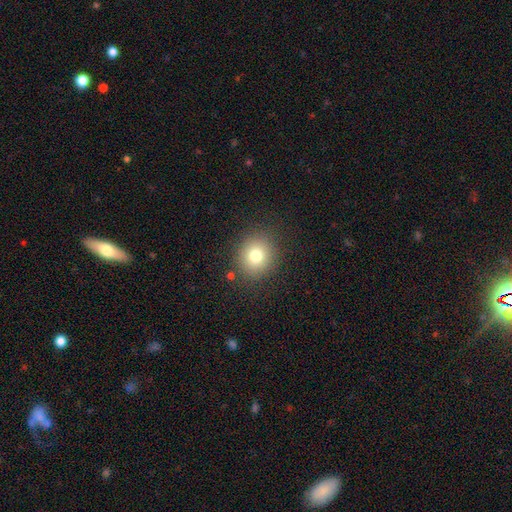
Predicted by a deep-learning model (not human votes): Smooth or featured?
  - smooth: 77% *
  - star or artifact: 13%
  - featured or disk: 10%
How rounded?
  - round: 86% *
  - in between: 13%
  - cigar-shaped: 1%
Merging?
  - none: 87% *
  - minor disturbance: 8%
  - major disturbance: 3%
  - merger: 2%